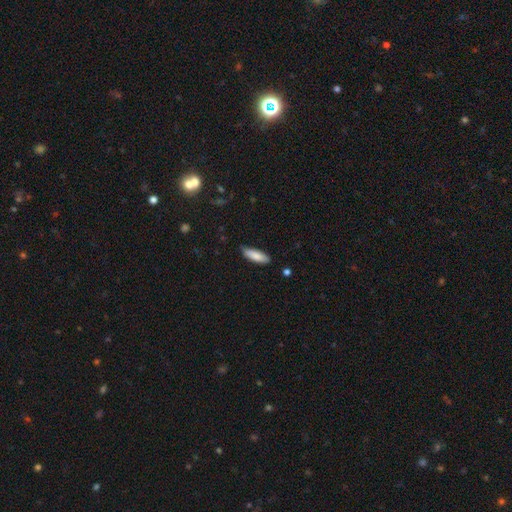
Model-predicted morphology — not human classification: Smooth or featured? Predicted: smooth (p=0.84). How rounded? Predicted: in between (p=0.51). Merging? Predicted: none (p=0.80).